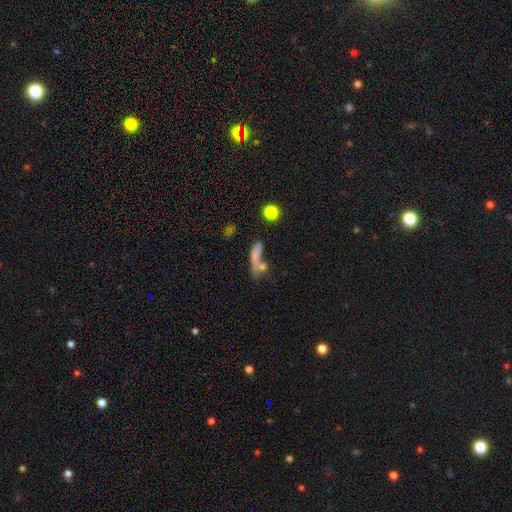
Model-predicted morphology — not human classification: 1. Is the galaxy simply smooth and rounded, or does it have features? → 66% smooth, 22% featured or disk, 12% star or artifact.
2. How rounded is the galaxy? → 62% cigar-shaped, 32% in between, 6% round.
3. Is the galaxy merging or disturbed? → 40% none, 29% merger, 17% minor disturbance, 14% major disturbance.